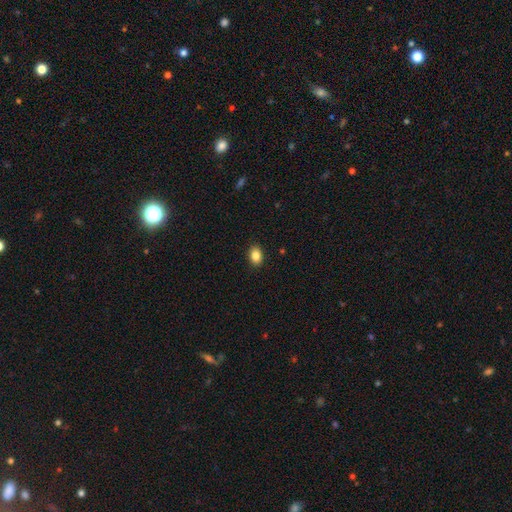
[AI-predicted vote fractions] Morphology: type=smooth (87%); roundness=in between (79%); merging=none (90%).